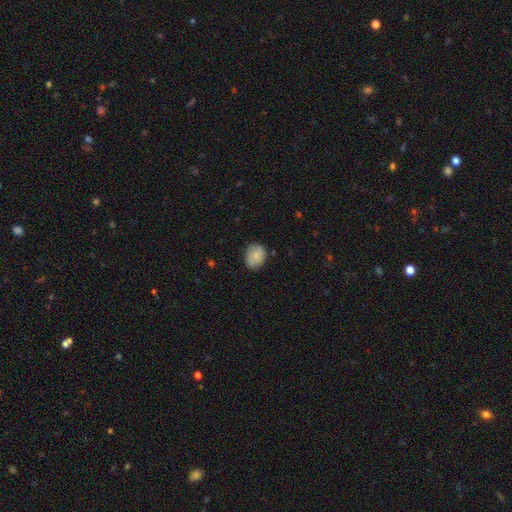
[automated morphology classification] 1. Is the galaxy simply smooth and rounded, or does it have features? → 81% smooth, 12% featured or disk, 7% star or artifact.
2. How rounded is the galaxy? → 54% in between, 45% round, 1% cigar-shaped.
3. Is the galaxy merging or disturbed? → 79% none, 16% minor disturbance, 3% major disturbance, 1% merger.